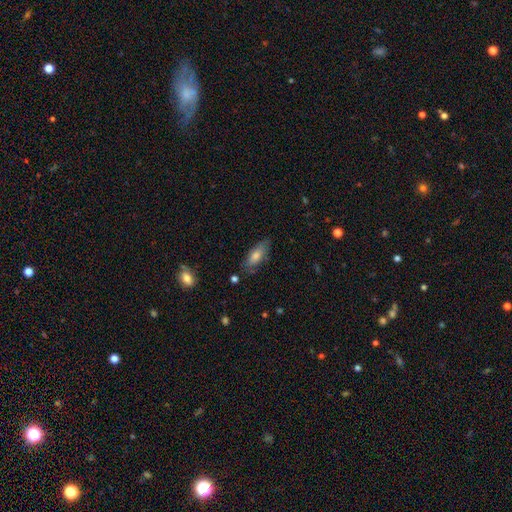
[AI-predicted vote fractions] Smooth or featured? Predicted: smooth (p=0.67). How rounded? Predicted: in between (p=0.70). Merging? Predicted: none (p=0.77).